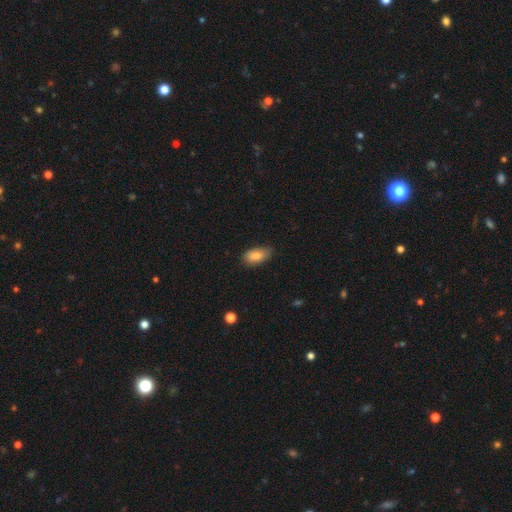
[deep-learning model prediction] This is clearly a smooth galaxy (82%). How rounded: clearly in between (92%). Merging: likely none (75%).